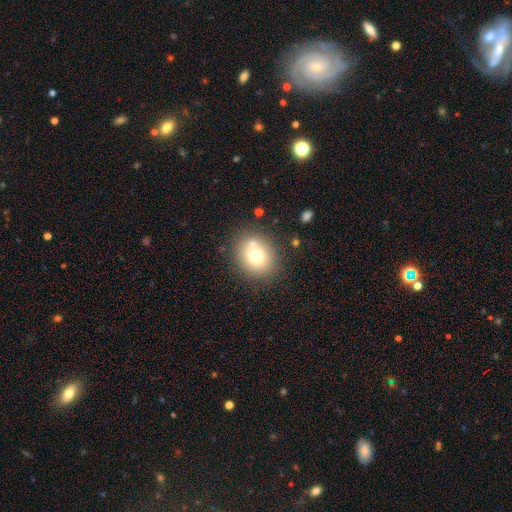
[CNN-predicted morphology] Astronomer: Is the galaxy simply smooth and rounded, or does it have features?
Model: smooth — 72%.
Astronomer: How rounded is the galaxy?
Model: round — 68%.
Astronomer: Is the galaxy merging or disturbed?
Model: none — 74%.